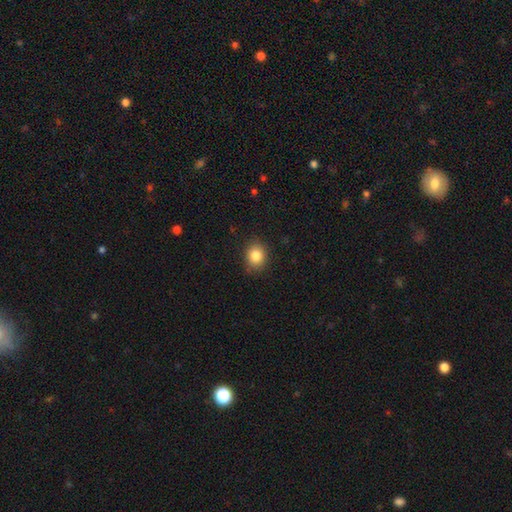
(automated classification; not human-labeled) This is clearly a smooth galaxy (85%). How rounded: likely round (62%). Merging: clearly none (84%).